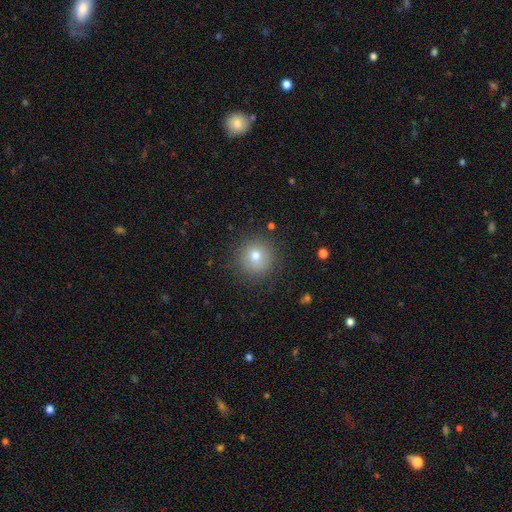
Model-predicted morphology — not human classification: type=smooth (76%); roundness=round (94%); merging=none (86%).